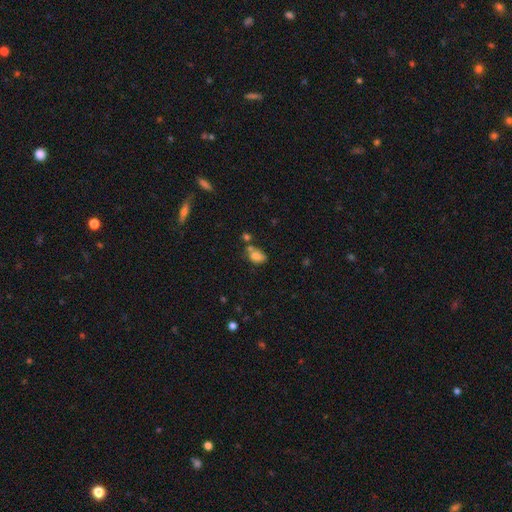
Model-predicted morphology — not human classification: Smooth or featured? Predicted: smooth (p=0.78). How rounded? Predicted: in between (p=0.79). Merging? Predicted: none (p=0.50).